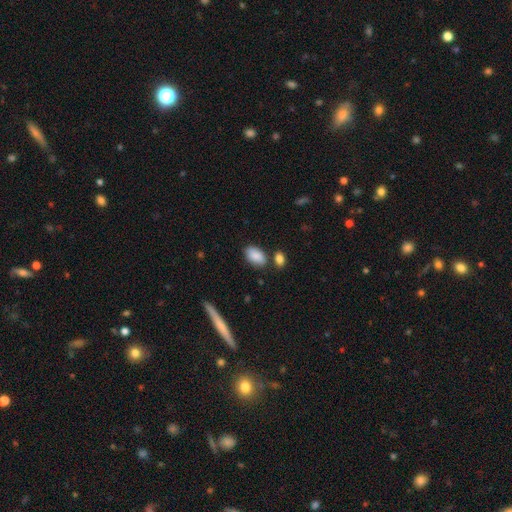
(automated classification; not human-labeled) A smooth galaxy with no disk features (87%) that is in between round and cigar-shaped (91%).

Vote fractions:
- Smooth or featured? smooth: 87% / star or artifact: 7% / featured or disk: 6%
- How rounded? in between: 91% / round: 7% / cigar-shaped: 2%
- Merging? none: 70% / minor disturbance: 15% / merger: 11% / major disturbance: 4%